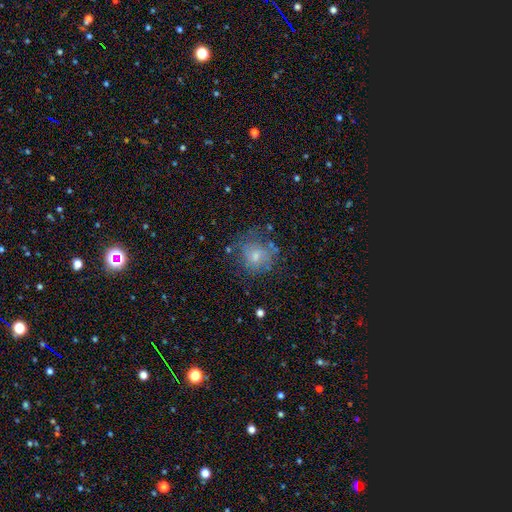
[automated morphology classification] Smooth or featured?
  - smooth: 60% *
  - featured or disk: 27%
  - star or artifact: 13%
How rounded?
  - round: 74% *
  - in between: 25%
  - cigar-shaped: 1%
Merging?
  - none: 55% *
  - minor disturbance: 24%
  - major disturbance: 16%
  - merger: 4%